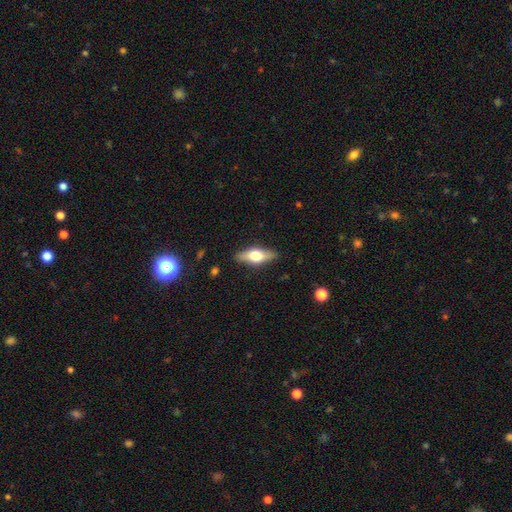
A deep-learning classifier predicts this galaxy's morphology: A smooth galaxy with no disk features (48%).

Vote fractions:
- Smooth or featured? smooth: 48% / featured or disk: 46% / star or artifact: 6%
- Merging? none: 86% / minor disturbance: 10% / major disturbance: 2% / merger: 1%